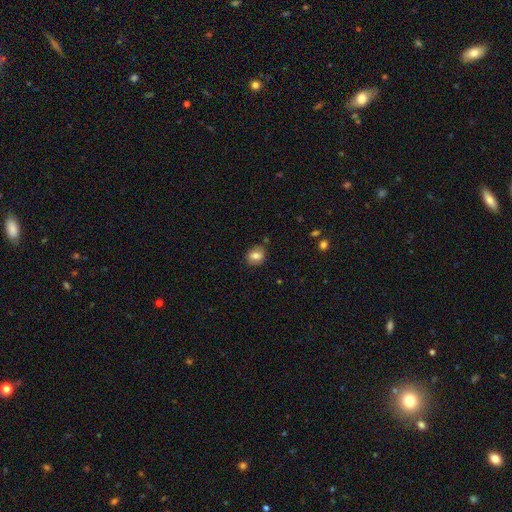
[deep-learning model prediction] smooth_or_featured: smooth (p=0.77) [alt: featured or disk p=0.13]
how_rounded: round (p=0.58) [alt: in between p=0.41]
merging: none (p=0.79) [alt: minor disturbance p=0.14]